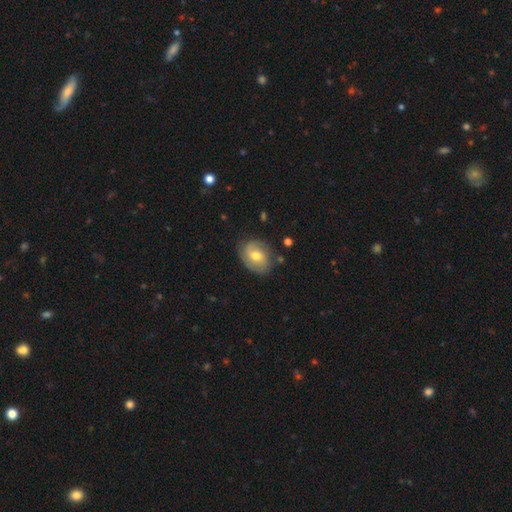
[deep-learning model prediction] Q: Smooth or featured?
A: featured or disk (50%); runner-up: smooth (43%)
Q: Edge-on disk?
A: no (96%); runner-up: yes (4%)
Q: Merging?
A: none (73%); runner-up: minor disturbance (19%)